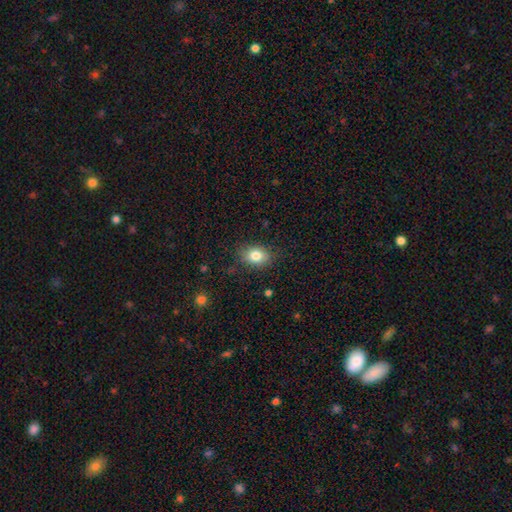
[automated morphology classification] Smooth or featured: smooth — 81% (star or artifact — 10%)
How rounded: in between — 65% (round — 34%)
Merging: none — 83% (minor disturbance — 12%)